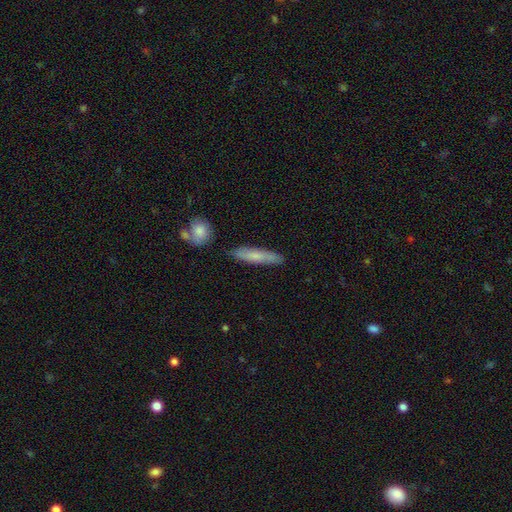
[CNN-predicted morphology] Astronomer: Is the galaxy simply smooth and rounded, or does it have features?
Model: smooth — 71%.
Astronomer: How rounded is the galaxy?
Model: cigar-shaped — 87%.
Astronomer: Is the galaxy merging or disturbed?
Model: none — 84%.